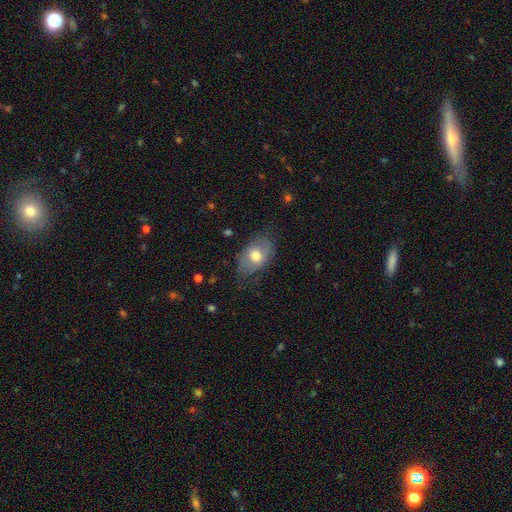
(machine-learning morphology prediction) A smooth galaxy with no disk features (65%) that is in between round and cigar-shaped (86%). Merging: none (65%).